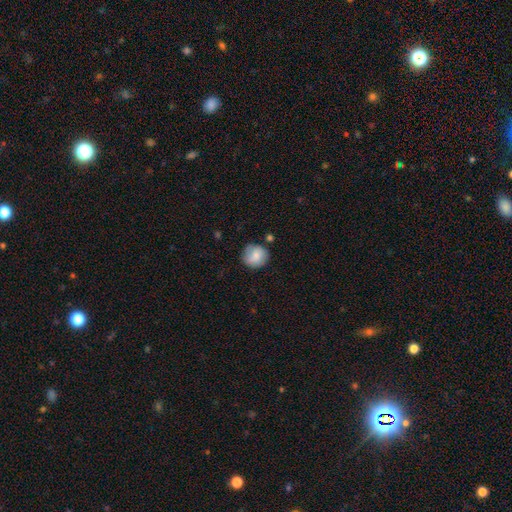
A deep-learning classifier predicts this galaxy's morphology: Smooth or featured? smooth (79%)
How rounded? round (90%)
Merging? none (76%)